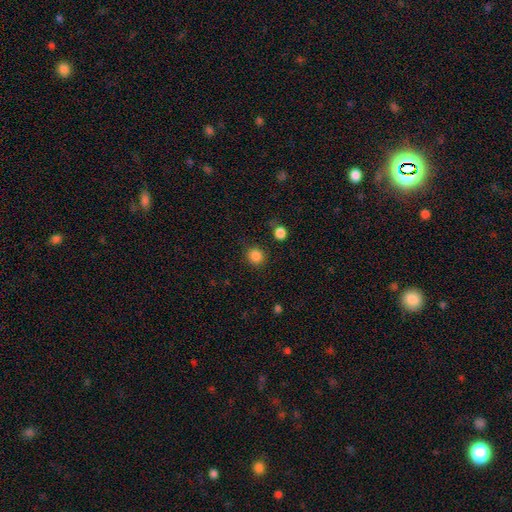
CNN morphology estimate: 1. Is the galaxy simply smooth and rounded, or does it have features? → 86% smooth, 11% star or artifact, 3% featured or disk.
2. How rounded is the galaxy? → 86% round, 13% in between, 1% cigar-shaped.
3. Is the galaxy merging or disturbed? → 85% none, 9% minor disturbance, 3% major disturbance, 3% merger.